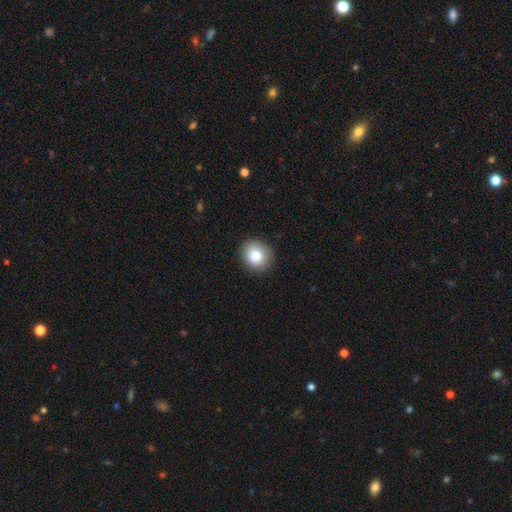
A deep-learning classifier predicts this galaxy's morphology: Smooth or featured?
  - smooth: 81% *
  - star or artifact: 9%
  - featured or disk: 9%
How rounded?
  - round: 77% *
  - in between: 22%
  - cigar-shaped: 1%
Merging?
  - none: 90% *
  - minor disturbance: 7%
  - major disturbance: 2%
  - merger: 1%